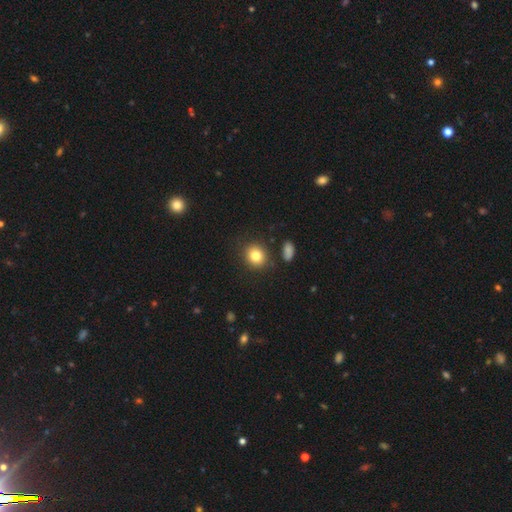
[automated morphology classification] A smooth galaxy with no disk features (82%) that is round (77%). Merging: none (85%).